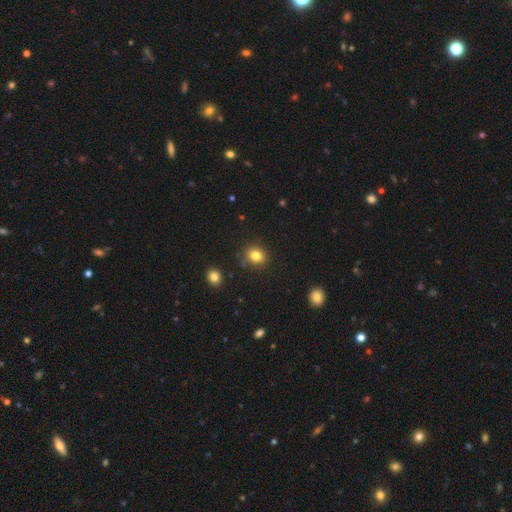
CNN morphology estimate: A smooth galaxy with no disk features (82%) that is round (67%). Merging: none (84%).